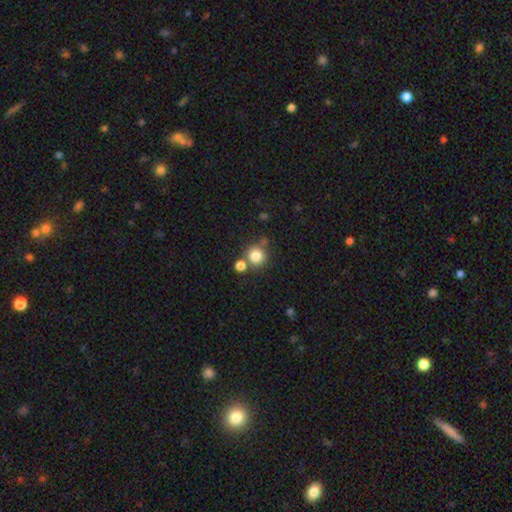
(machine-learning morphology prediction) smooth_or_featured: smooth (p=0.82) [alt: star or artifact p=0.12]
how_rounded: round (p=0.92) [alt: in between p=0.07]
merging: none (p=0.69) [alt: merger p=0.19]